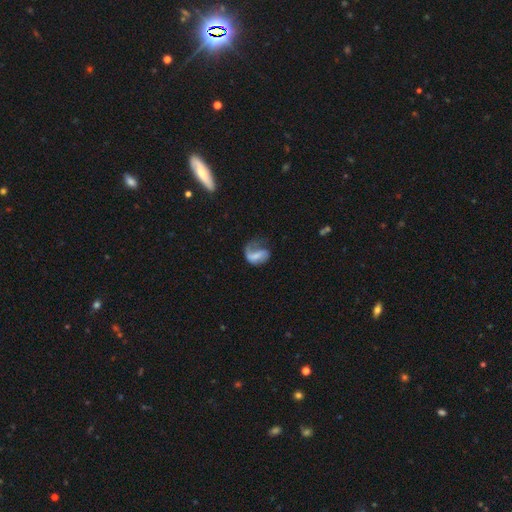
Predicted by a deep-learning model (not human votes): Smooth or featured? Predicted: featured or disk (p=0.56). Edge-on disk? Predicted: no (p=0.97). Bar? Predicted: weak (p=0.40). Spiral arms? Predicted: yes (p=0.78). Bulge size? Predicted: small (p=0.37). Merging? Predicted: major disturbance (p=0.45).